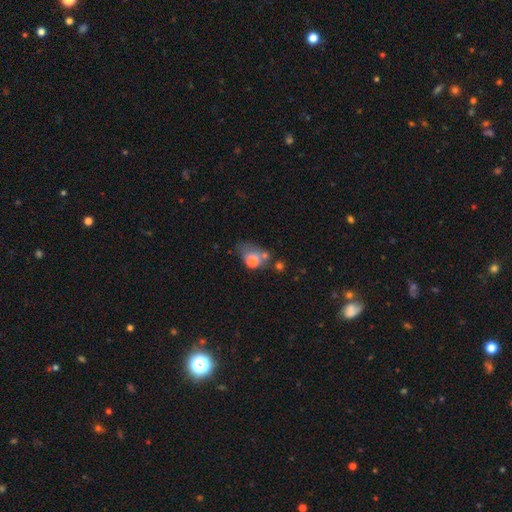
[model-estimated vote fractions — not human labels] A smooth galaxy with no disk features (67%) that is in between round and cigar-shaped (53%).

Vote fractions:
- Smooth or featured? smooth: 67% / featured or disk: 19% / star or artifact: 14%
- How rounded? in between: 53% / round: 46% / cigar-shaped: 2%
- Merging? none: 34% / merger: 29% / minor disturbance: 21% / major disturbance: 16%